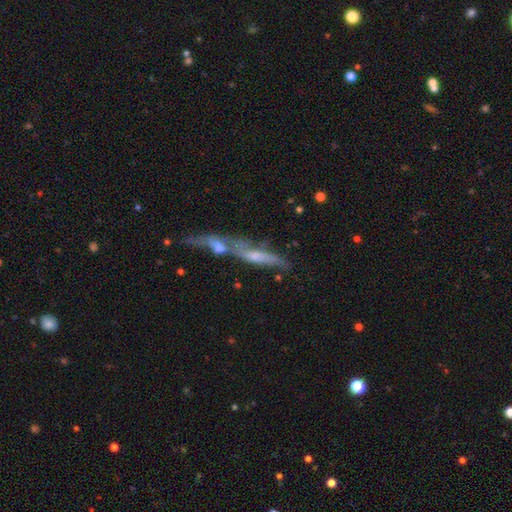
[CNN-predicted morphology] Smooth or featured?
  - featured or disk: 59% *
  - smooth: 31%
  - star or artifact: 10%
Edge-on disk?
  - yes: 57% *
  - no: 43%
Merging?
  - merger: 63% *
  - none: 20%
  - minor disturbance: 9%
  - major disturbance: 8%